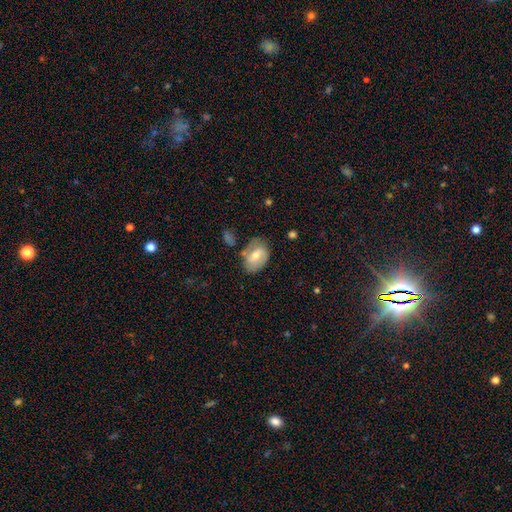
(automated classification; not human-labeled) The model was most divided on "smooth or featured": smooth: 55%, featured or disk: 37%, star or artifact: 7%. More confident: how rounded — in between (83%); merging — none (61%).